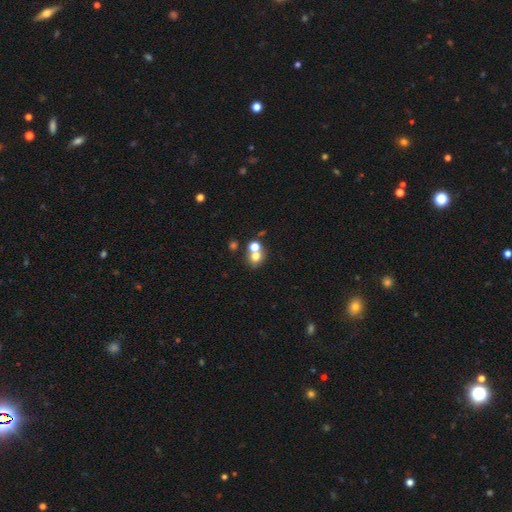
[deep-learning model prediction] Overall: smooth (69%). How rounded: round (72%). Merging: merger (45%; none 44%).